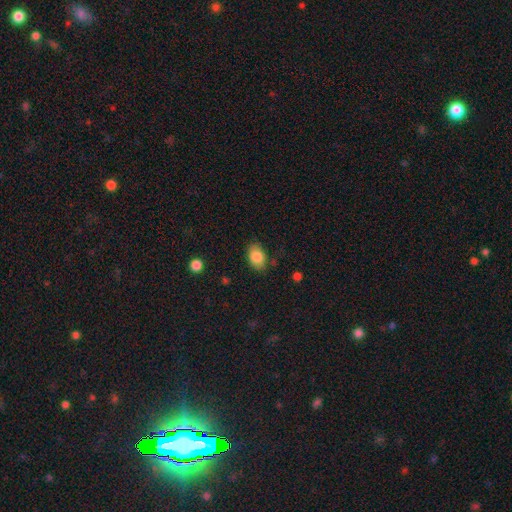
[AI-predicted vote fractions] This appears to be a smooth galaxy with no disk features (84%) that is in between round and cigar-shaped (85%). Merging: none (80%).